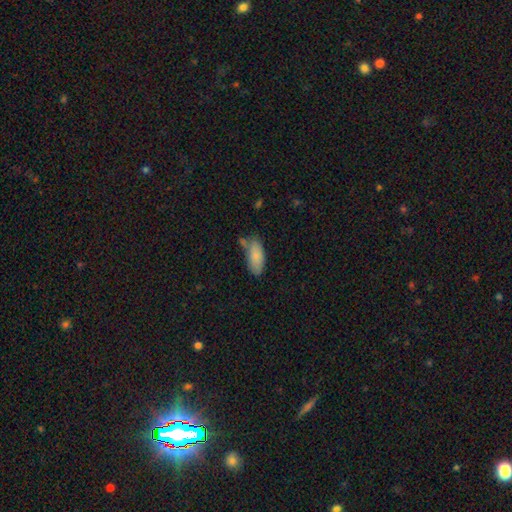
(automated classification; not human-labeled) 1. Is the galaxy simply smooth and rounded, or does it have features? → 84% smooth, 10% featured or disk, 7% star or artifact.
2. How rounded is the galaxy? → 86% in between, 12% cigar-shaped, 2% round.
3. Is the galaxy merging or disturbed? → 59% none, 24% minor disturbance, 12% merger, 6% major disturbance.